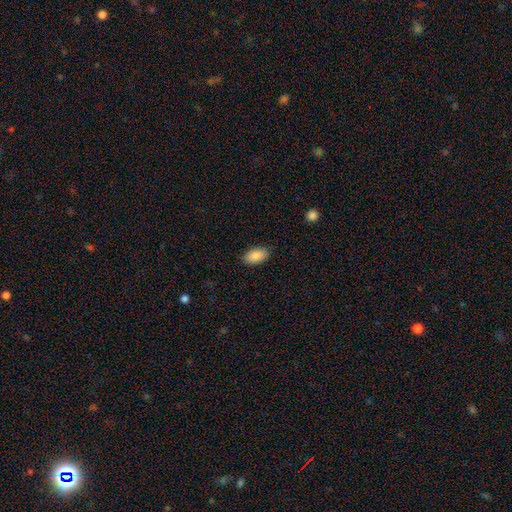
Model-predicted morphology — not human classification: Smooth or featured?
  - smooth: 89% *
  - star or artifact: 7%
  - featured or disk: 4%
How rounded?
  - in between: 94% *
  - round: 4%
  - cigar-shaped: 2%
Merging?
  - none: 87% *
  - minor disturbance: 10%
  - major disturbance: 2%
  - merger: 1%